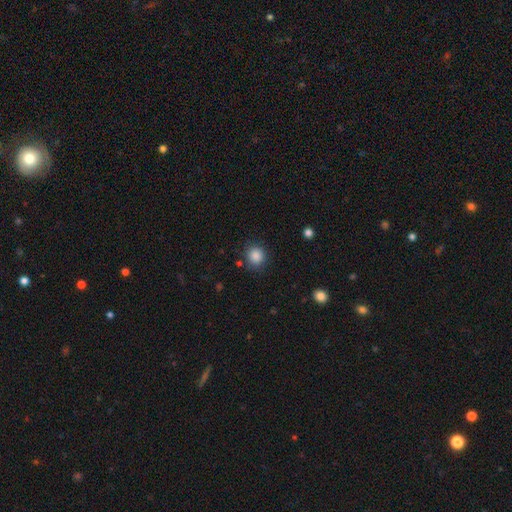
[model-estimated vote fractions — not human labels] smooth 86%, star or artifact 10%, featured or disk 4%. Down the decision tree: how rounded — round (87%); merging — none (85%).